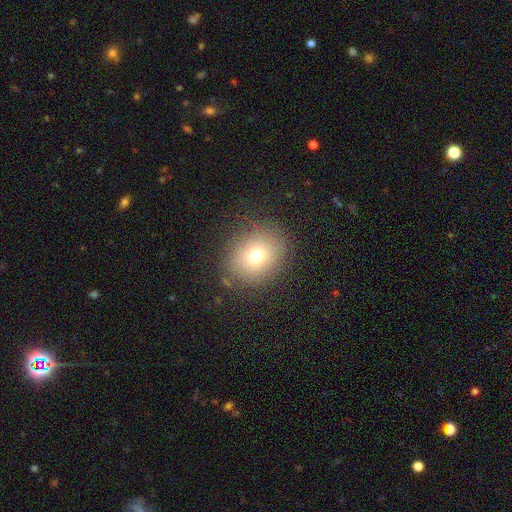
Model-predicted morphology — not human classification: A smooth galaxy with no disk features (74%) that is round (59%).

Vote fractions:
- Smooth or featured? smooth: 74% / star or artifact: 14% / featured or disk: 13%
- How rounded? round: 59% / in between: 40% / cigar-shaped: 1%
- Merging? none: 84% / minor disturbance: 10% / major disturbance: 4% / merger: 1%